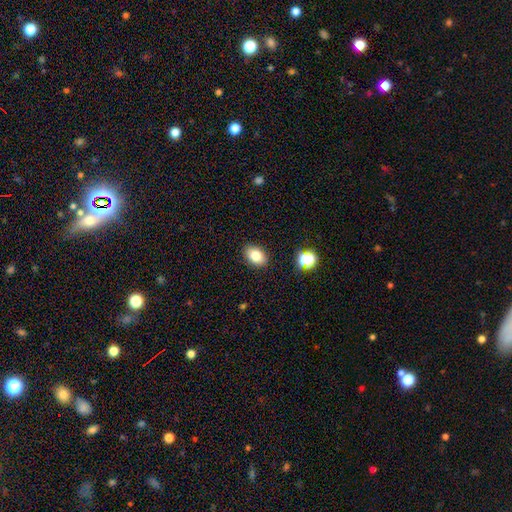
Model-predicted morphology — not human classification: Smooth or featured?
  - smooth: 81% *
  - star or artifact: 10%
  - featured or disk: 9%
How rounded?
  - in between: 83% *
  - round: 16%
  - cigar-shaped: 1%
Merging?
  - none: 88% *
  - minor disturbance: 8%
  - major disturbance: 2%
  - merger: 1%